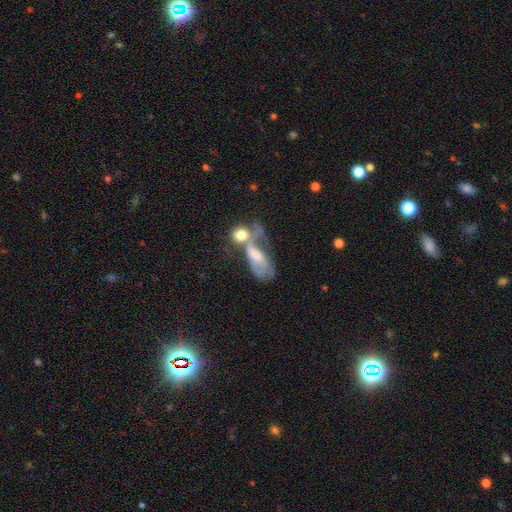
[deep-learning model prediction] This is possibly a smooth galaxy (47%). Merging: possibly merger (55%).